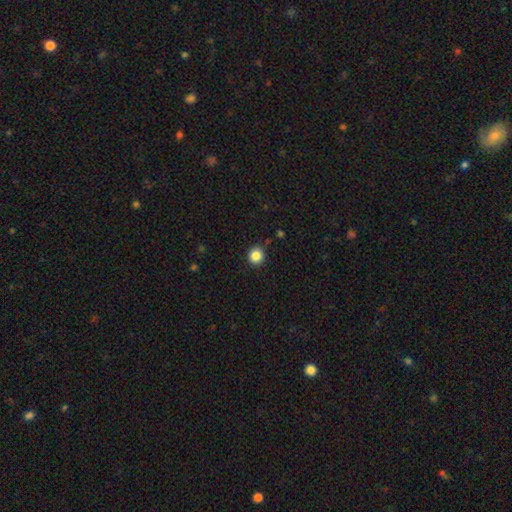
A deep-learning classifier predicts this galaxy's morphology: This is clearly a smooth galaxy (85%). How rounded: clearly round (91%). Merging: clearly none (91%).